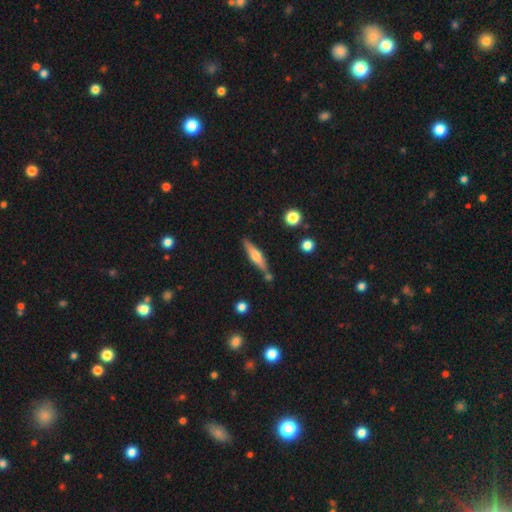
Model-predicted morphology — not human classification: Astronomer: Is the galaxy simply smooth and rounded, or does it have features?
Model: featured or disk — 59% (runner-up: smooth, 35%).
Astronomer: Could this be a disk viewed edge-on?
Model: yes — 95%.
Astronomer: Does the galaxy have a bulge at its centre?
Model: rounded — 89%.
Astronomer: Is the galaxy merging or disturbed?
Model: none — 78%.